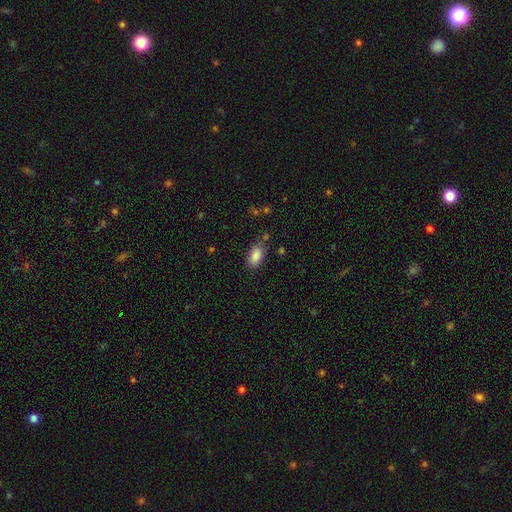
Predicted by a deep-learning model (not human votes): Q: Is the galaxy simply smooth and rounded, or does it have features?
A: smooth — 87%.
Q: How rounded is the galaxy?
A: in between — 92%.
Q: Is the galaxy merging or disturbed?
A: none — 76%.